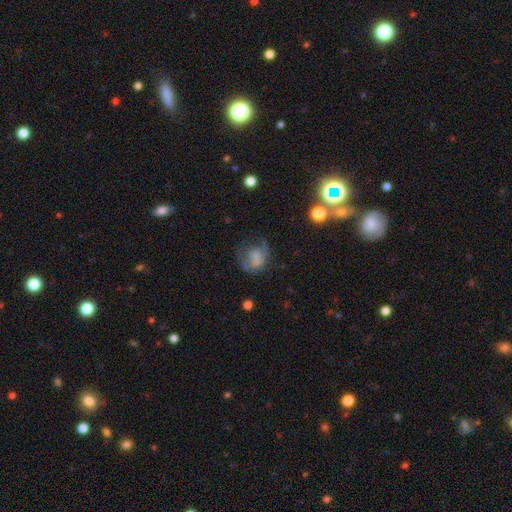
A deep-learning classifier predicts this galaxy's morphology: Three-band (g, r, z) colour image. It shows a smooth galaxy with no disk features (47%). Merging: none (37%).